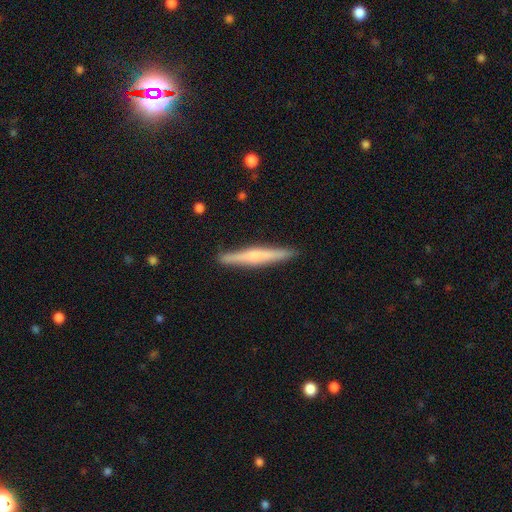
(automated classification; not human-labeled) This appears to be a featured or disk galaxy (57%) viewed edge-on (97%) with a rounded central bulge (65%). Merging: none (91%).